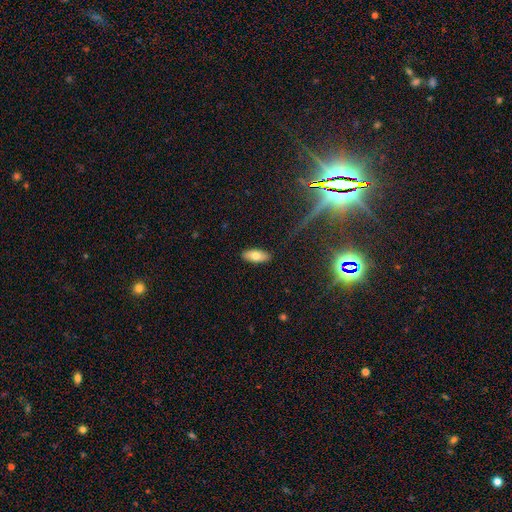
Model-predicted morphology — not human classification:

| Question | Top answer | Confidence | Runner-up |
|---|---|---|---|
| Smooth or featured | smooth | 74% | featured or disk (18%) |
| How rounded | in between | 85% | cigar-shaped (13%) |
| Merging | none | 89% | minor disturbance (8%) |